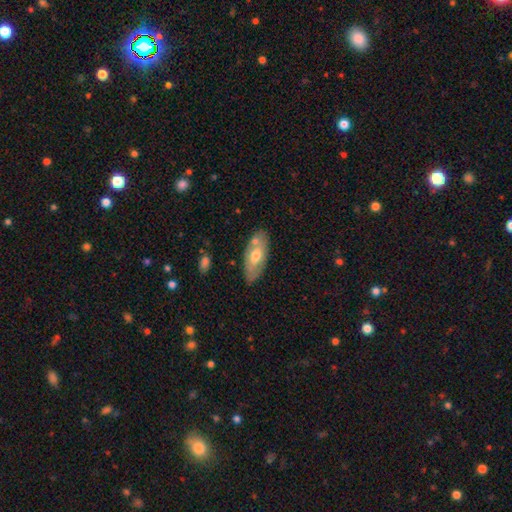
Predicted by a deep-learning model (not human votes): A smooth galaxy with no disk features (57%) that is in between round and cigar-shaped (84%). Merging: none (72%).